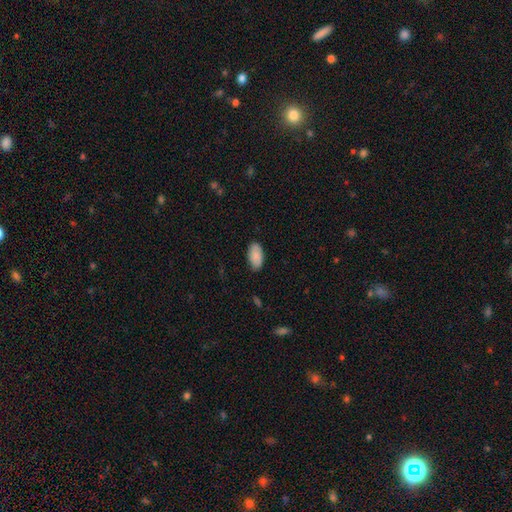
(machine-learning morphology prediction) Smooth or featured: smooth — 89% (star or artifact — 6%)
How rounded: in between — 95% (cigar-shaped — 3%)
Merging: none — 85% (minor disturbance — 11%)